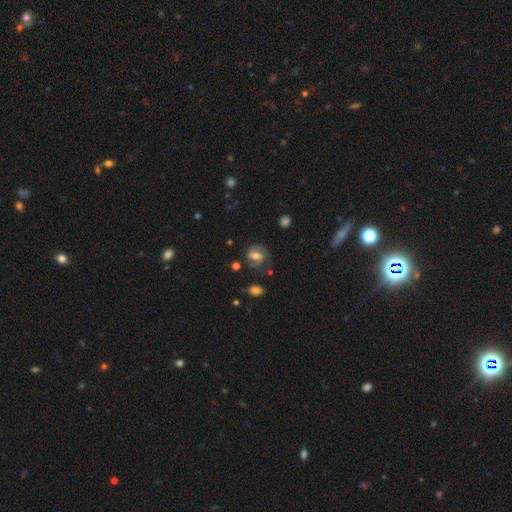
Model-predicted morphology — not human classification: A featured or disk galaxy (60%) with a weak bar (45%), spiral arms (85%) and a moderate central bulge (59%).

Vote fractions:
- Smooth or featured? featured or disk: 60% / smooth: 31% / star or artifact: 9%
- Edge-on disk? no: 96% / yes: 4%
- Bar? weak: 45% / no: 34% / strong: 22%
- Spiral arms? yes: 85% / no: 15%
- Bulge size? moderate: 59% / small: 19% / large: 18% / none: 3% / dominant: 2%
- Merging? none: 66% / minor disturbance: 19% / major disturbance: 11% / merger: 4%